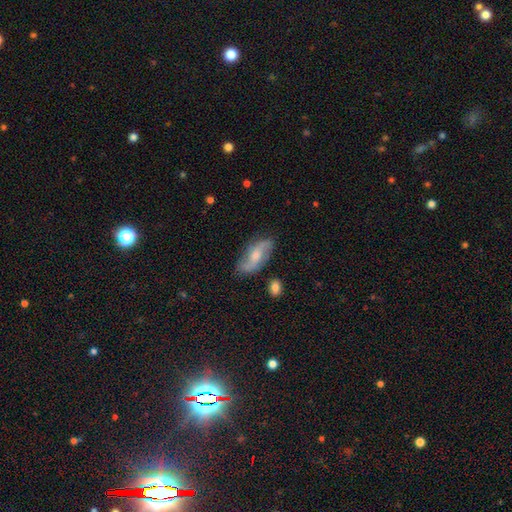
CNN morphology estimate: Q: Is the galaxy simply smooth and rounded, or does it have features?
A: featured or disk — 69%.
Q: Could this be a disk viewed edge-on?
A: no — 92%.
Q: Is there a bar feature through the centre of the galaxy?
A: no — 46%.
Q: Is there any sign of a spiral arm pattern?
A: yes — 92%.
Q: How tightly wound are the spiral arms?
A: loose — 65%.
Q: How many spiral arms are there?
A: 2 — 89%.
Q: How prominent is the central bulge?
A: moderate — 49%.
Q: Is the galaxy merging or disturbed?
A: none — 76%.